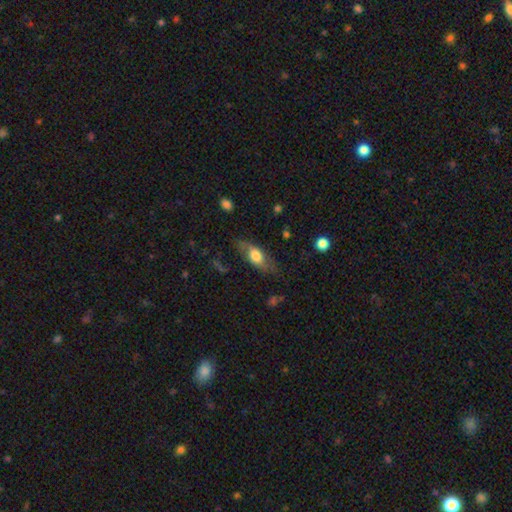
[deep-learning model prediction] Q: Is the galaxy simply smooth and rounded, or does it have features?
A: smooth — 58%.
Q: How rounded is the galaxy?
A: in between — 76%.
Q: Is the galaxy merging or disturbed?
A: none — 65%.